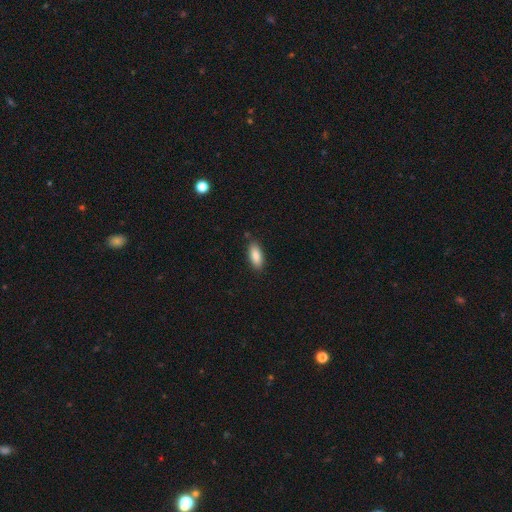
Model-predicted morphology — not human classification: The model was most divided on "how rounded": in between: 82%, cigar-shaped: 16%, round: 2%. More confident: smooth or featured — smooth (87%); merging — none (84%).